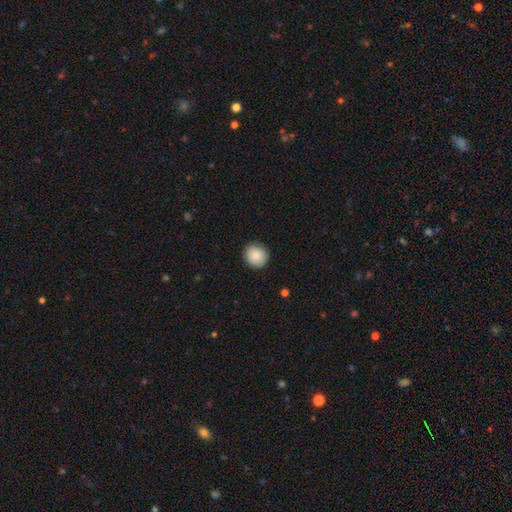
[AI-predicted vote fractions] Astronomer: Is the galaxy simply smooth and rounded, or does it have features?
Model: smooth — 87%.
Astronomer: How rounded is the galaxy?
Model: round — 87%.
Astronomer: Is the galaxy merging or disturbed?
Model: none — 88%.